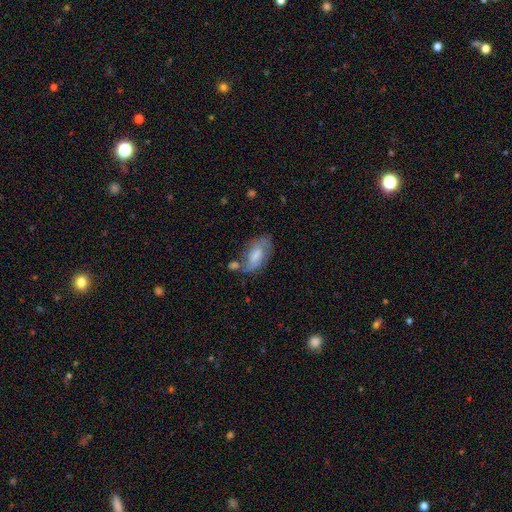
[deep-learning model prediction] This is possibly a smooth galaxy (58%). How rounded: clearly in between (90%). Merging: marginally none (45%).